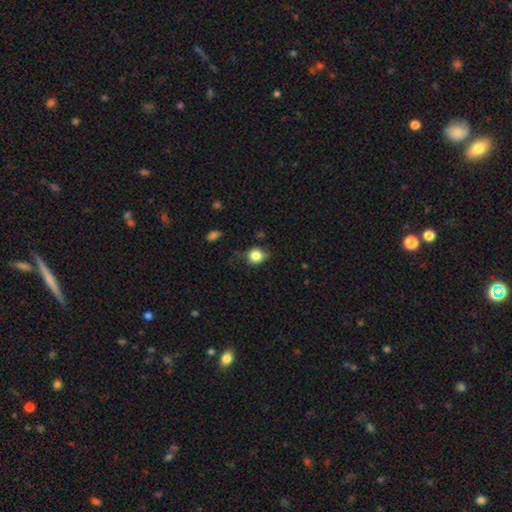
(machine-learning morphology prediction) This is clearly a smooth galaxy (81%). How rounded: likely round (75%). Merging: likely none (65%).